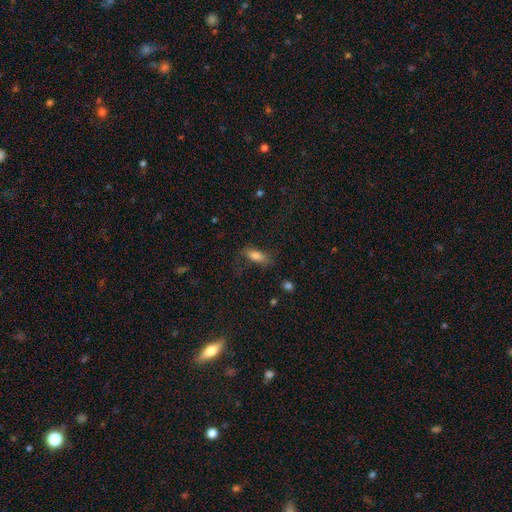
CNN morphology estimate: Q: Smooth or featured?
A: smooth (77%); runner-up: featured or disk (13%)
Q: How rounded?
A: in between (73%); runner-up: cigar-shaped (24%)
Q: Merging?
A: none (65%); runner-up: minor disturbance (21%)